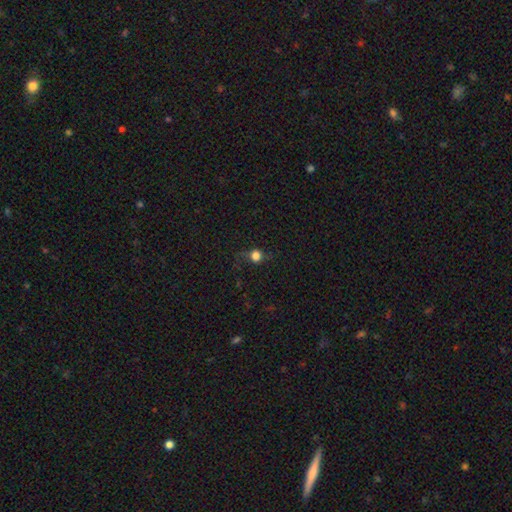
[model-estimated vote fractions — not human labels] Smooth or featured? Predicted: smooth (p=0.62). How rounded? Predicted: round (p=0.83). Merging? Predicted: none (p=0.67).